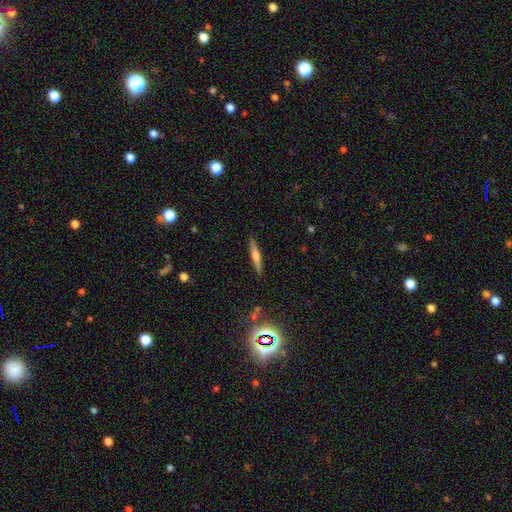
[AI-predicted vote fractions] Smooth or featured?
  - smooth: 51% *
  - featured or disk: 42%
  - star or artifact: 8%
How rounded?
  - cigar-shaped: 91% *
  - in between: 7%
  - round: 2%
Merging?
  - none: 89% *
  - minor disturbance: 8%
  - major disturbance: 2%
  - merger: 1%